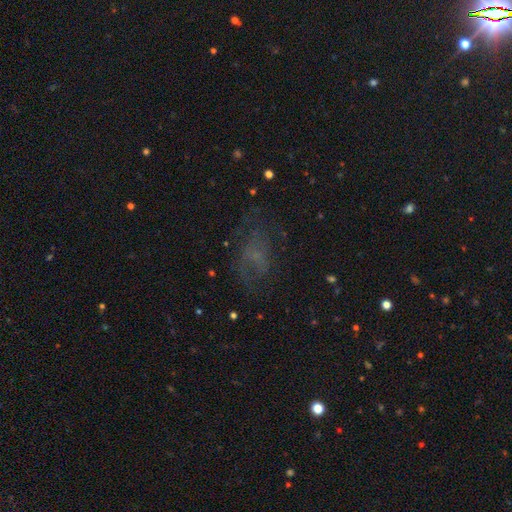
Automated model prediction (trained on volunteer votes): Overall: smooth (38%; featured or disk 37%). Merging: none (49%; major disturbance 29%).